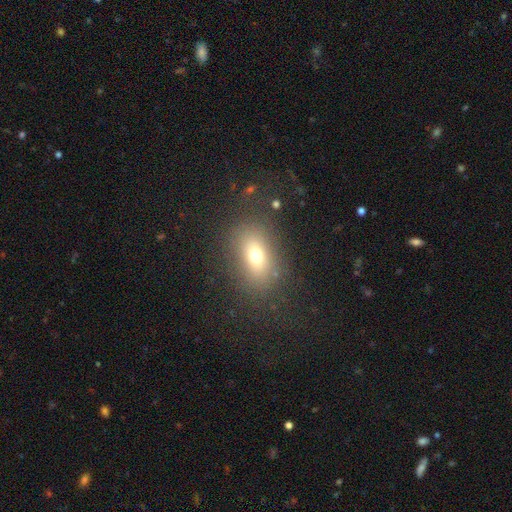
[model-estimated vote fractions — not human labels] smooth 69%, featured or disk 16%, star or artifact 15%. Down the decision tree: how rounded — in between (70%); merging — none (80%).